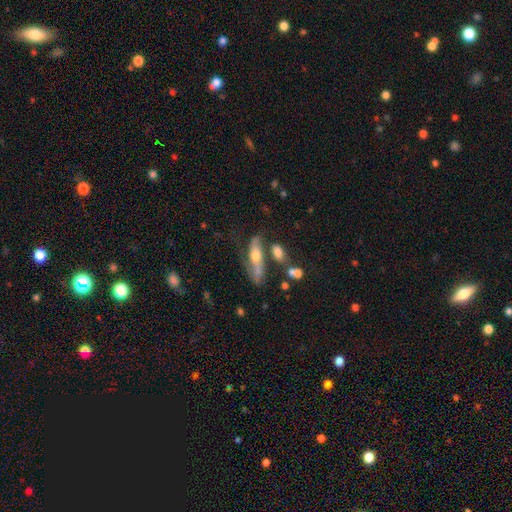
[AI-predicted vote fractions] A featured or disk galaxy (52%) viewed edge-on (52%).

Vote fractions:
- Smooth or featured? featured or disk: 52% / smooth: 40% / star or artifact: 8%
- Edge-on disk? yes: 52% / no: 48%
- Merging? none: 44% / minor disturbance: 23% / major disturbance: 19% / merger: 14%